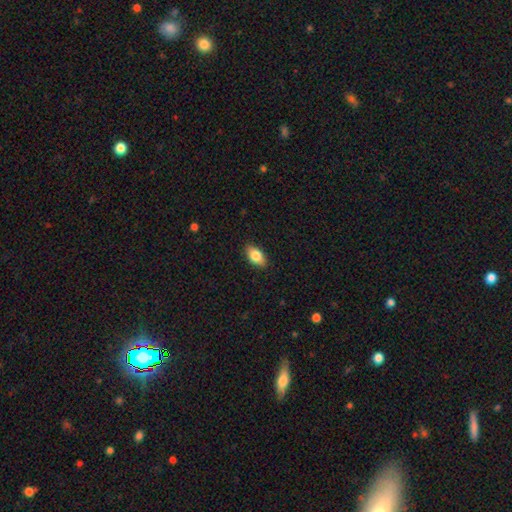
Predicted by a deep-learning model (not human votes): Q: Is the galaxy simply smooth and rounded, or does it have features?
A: smooth — 82%.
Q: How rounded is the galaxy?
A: in between — 90%.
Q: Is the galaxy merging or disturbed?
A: none — 88%.